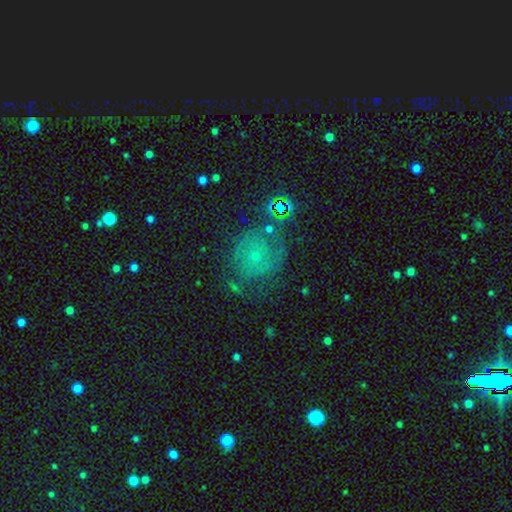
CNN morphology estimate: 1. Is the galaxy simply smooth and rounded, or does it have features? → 46% featured or disk, 32% smooth, 22% star or artifact.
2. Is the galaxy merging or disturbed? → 60% none, 21% minor disturbance, 15% major disturbance, 4% merger.